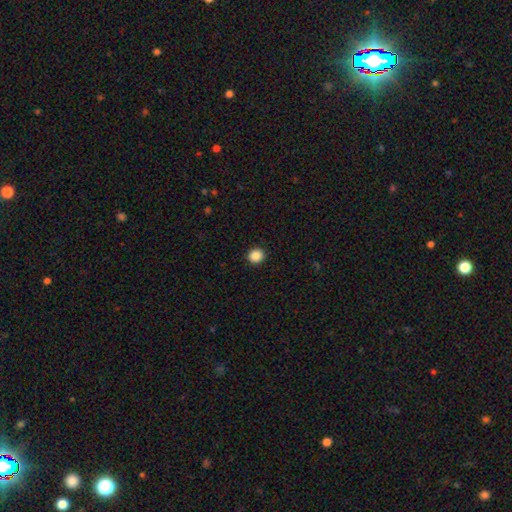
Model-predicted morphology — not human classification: The model was most divided on "how rounded": round: 86%, in between: 13%, cigar-shaped: 1%. More confident: merging — none (93%); smooth or featured — smooth (88%).